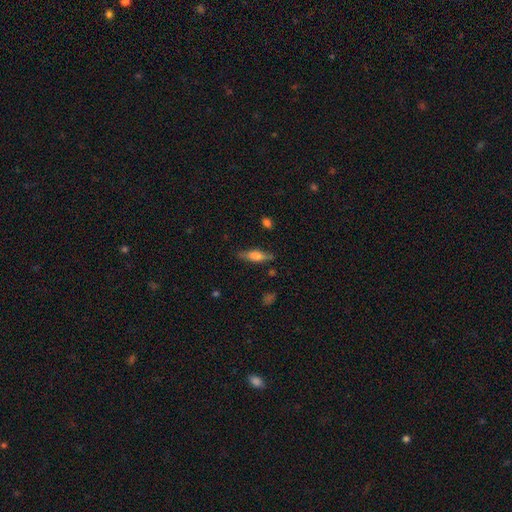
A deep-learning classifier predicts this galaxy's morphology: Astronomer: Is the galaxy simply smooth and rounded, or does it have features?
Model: smooth — 58% (runner-up: featured or disk, 35%).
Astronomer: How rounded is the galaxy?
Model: cigar-shaped — 55% (runner-up: in between, 42%).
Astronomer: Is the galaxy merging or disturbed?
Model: none — 79%.